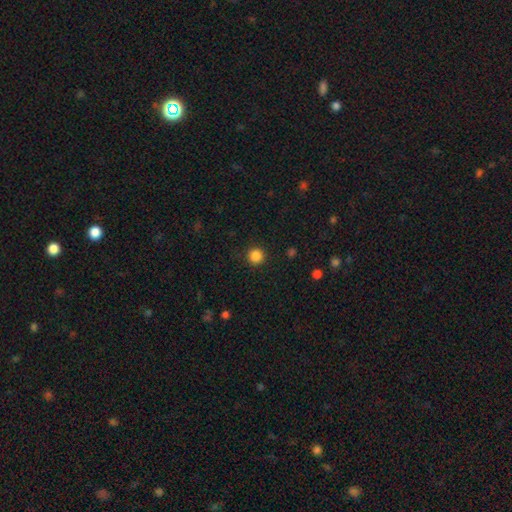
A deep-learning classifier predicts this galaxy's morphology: type=smooth (86%); roundness=round (95%); merging=none (91%).